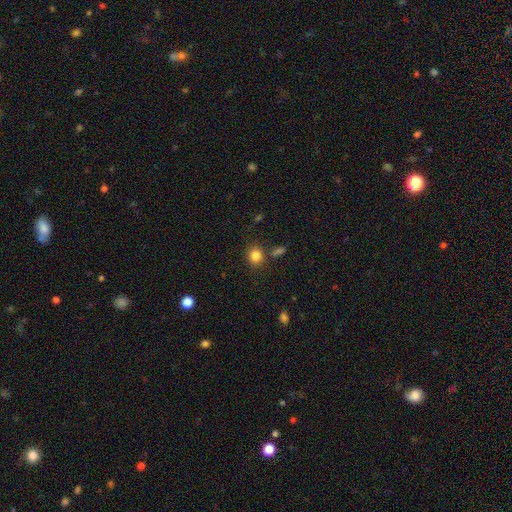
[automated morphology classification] A smooth galaxy with no disk features (83%) that is round (80%). Merging: none (80%).